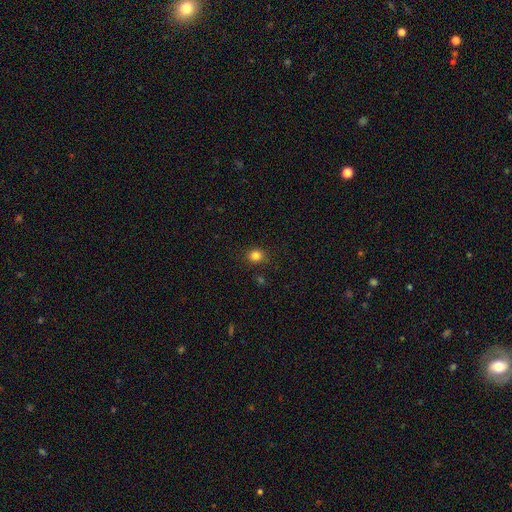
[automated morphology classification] This is clearly a smooth galaxy (82%). How rounded: likely round (77%). Merging: clearly none (87%).